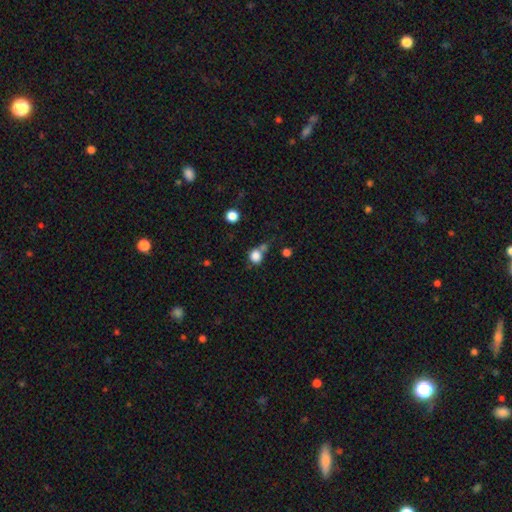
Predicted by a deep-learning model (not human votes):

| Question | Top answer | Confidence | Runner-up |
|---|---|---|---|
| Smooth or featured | smooth | 83% | star or artifact (11%) |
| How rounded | round | 82% | in between (16%) |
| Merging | none | 56% | merger (24%) |